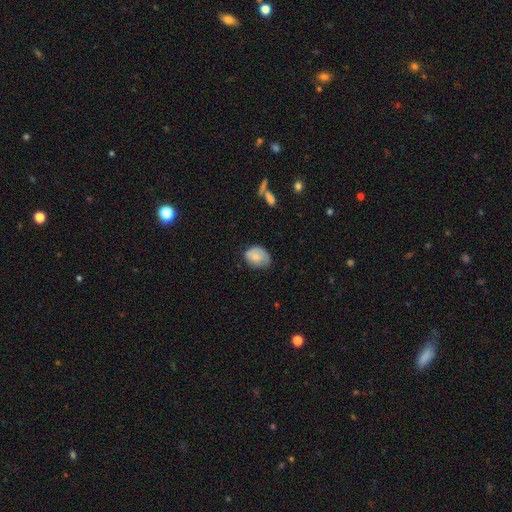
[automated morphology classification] The model was most divided on "merging": none: 54%, minor disturbance: 35%, major disturbance: 9%, merger: 2%. More confident: smooth or featured — smooth (75%); how rounded — in between (65%).